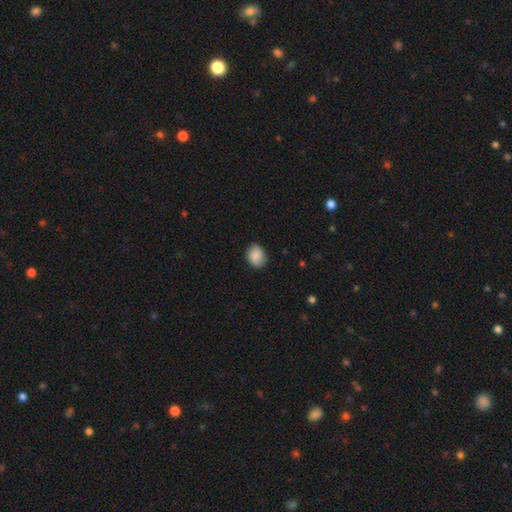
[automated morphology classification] smooth_or_featured: smooth (p=0.88) [alt: star or artifact p=0.07]
how_rounded: in between (p=0.55) [alt: round p=0.45]
merging: none (p=0.85) [alt: minor disturbance p=0.12]